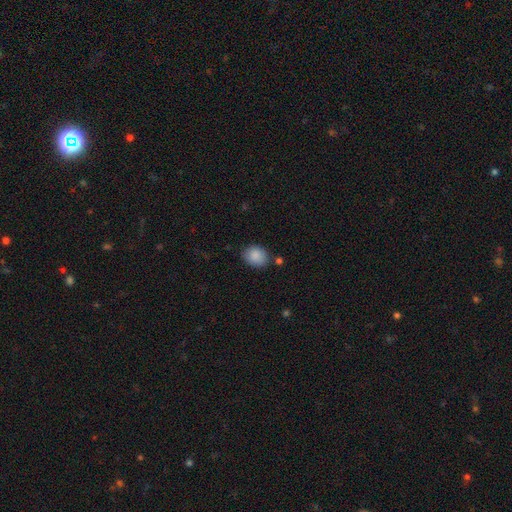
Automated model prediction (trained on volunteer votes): Smooth or featured? smooth (89%)
How rounded? in between (57%)
Merging? none (78%)